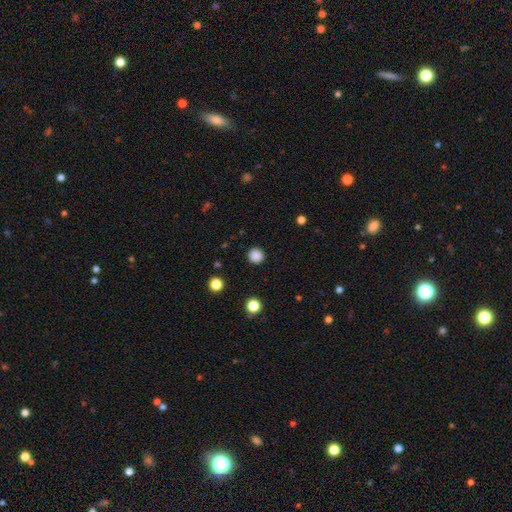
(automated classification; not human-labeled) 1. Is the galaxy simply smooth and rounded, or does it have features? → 86% smooth, 11% star or artifact, 3% featured or disk.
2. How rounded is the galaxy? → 94% round, 5% in between, 1% cigar-shaped.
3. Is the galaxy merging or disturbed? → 92% none, 5% minor disturbance, 2% major disturbance, 1% merger.